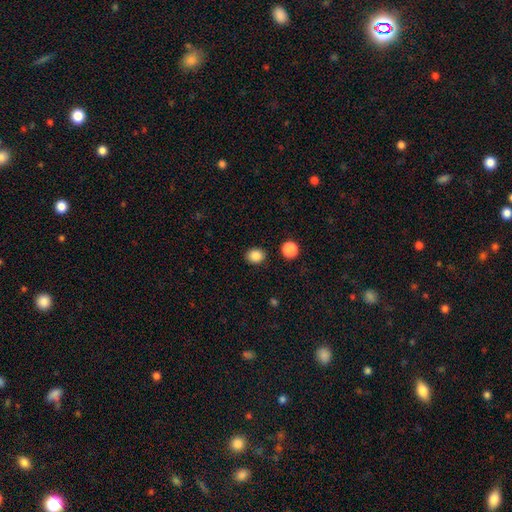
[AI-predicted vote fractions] A smooth galaxy with no disk features (86%) that is round (64%).

Vote fractions:
- Smooth or featured? smooth: 86% / star or artifact: 10% / featured or disk: 4%
- How rounded? round: 64% / in between: 35% / cigar-shaped: 1%
- Merging? none: 88% / minor disturbance: 7% / merger: 3% / major disturbance: 2%